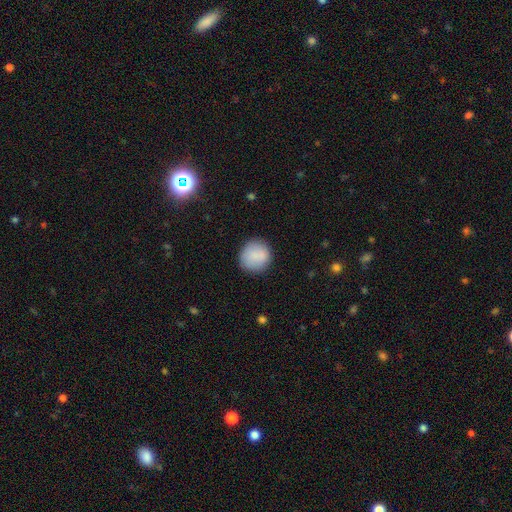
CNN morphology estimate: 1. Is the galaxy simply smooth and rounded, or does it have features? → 86% smooth, 7% featured or disk, 7% star or artifact.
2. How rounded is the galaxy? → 92% round, 7% in between, 1% cigar-shaped.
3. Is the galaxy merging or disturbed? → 86% none, 10% minor disturbance, 3% major disturbance, 1% merger.